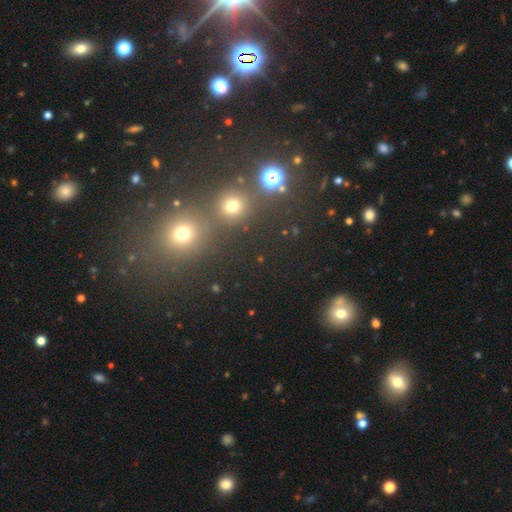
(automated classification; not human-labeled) Q: Smooth or featured?
A: smooth (45%); tied with: star or artifact (45%)
Q: Merging?
A: none (68%); runner-up: merger (20%)